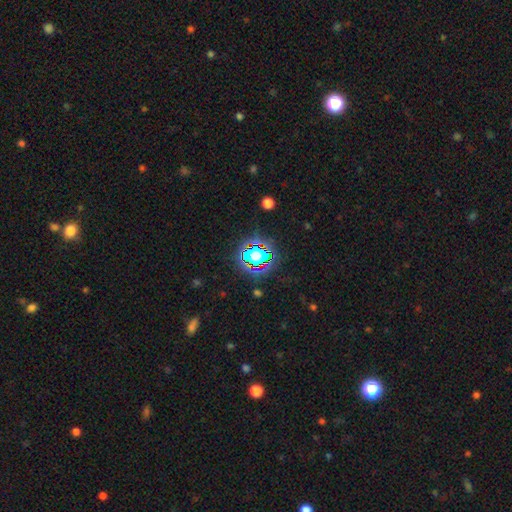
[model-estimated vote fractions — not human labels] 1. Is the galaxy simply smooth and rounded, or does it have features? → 64% star or artifact, 23% smooth, 13% featured or disk.